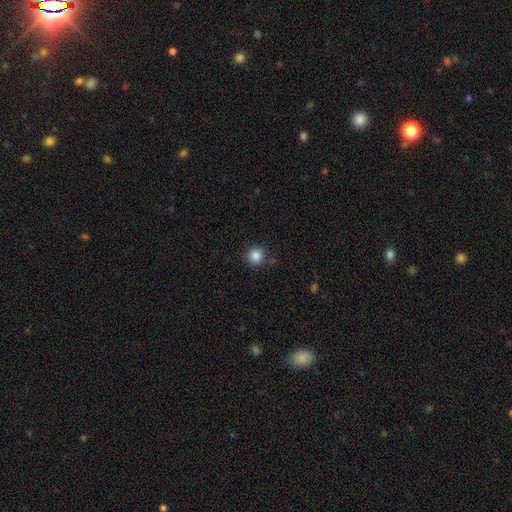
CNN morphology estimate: smooth 86%, star or artifact 11%, featured or disk 4%. Down the decision tree: how rounded — round (94%); merging — none (88%).